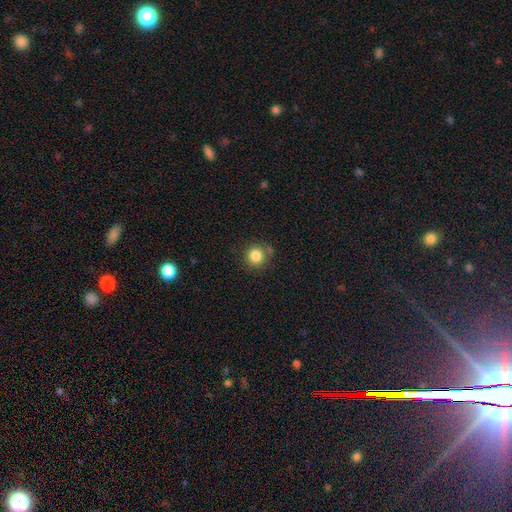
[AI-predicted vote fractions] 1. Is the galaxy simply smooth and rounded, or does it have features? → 84% smooth, 11% star or artifact, 5% featured or disk.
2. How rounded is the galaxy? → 91% round, 8% in between, 1% cigar-shaped.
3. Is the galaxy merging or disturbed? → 79% none, 12% minor disturbance, 5% merger, 4% major disturbance.